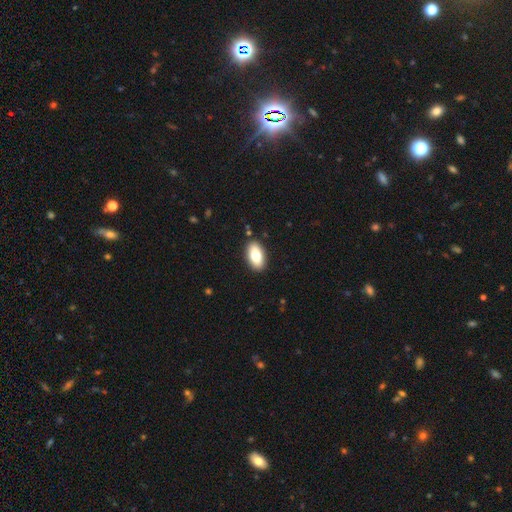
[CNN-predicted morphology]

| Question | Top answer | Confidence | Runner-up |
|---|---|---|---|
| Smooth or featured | smooth | 78% | featured or disk (15%) |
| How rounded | in between | 93% | round (4%) |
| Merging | none | 89% | minor disturbance (8%) |